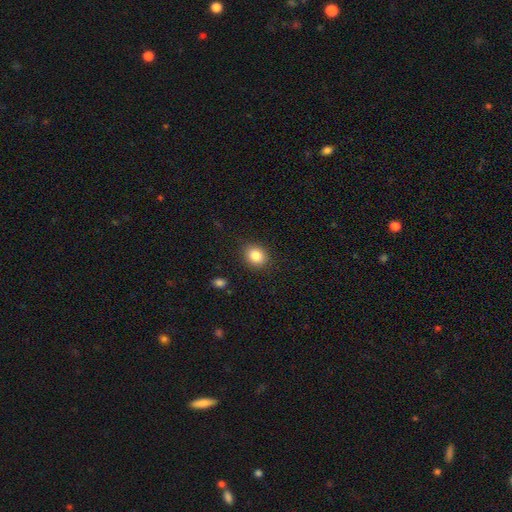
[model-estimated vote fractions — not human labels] The model was most divided on "how rounded": round: 59%, in between: 40%, cigar-shaped: 1%. More confident: merging — none (87%); smooth or featured — smooth (85%).